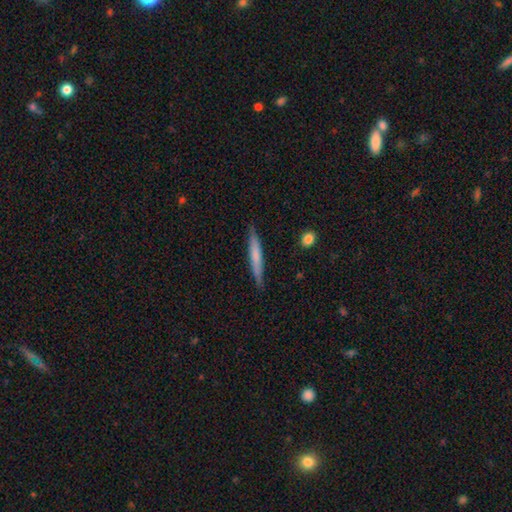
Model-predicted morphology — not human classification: A smooth galaxy with no disk features (62%) that is cigar-shaped (95%).

Vote fractions:
- Smooth or featured? smooth: 62% / featured or disk: 32% / star or artifact: 6%
- How rounded? cigar-shaped: 95% / in between: 4% / round: 1%
- Merging? none: 86% / minor disturbance: 11% / major disturbance: 2% / merger: 1%